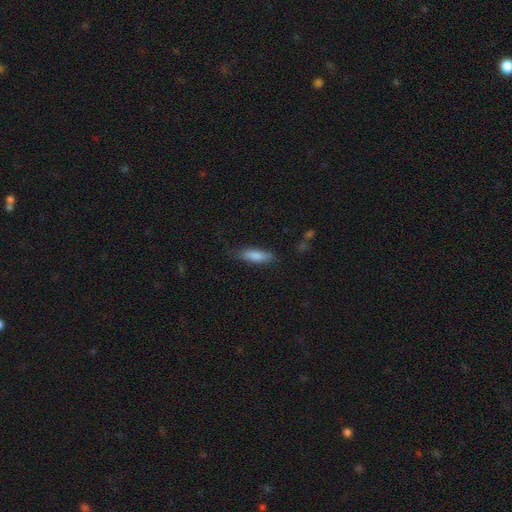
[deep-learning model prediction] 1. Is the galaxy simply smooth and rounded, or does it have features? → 85% smooth, 9% featured or disk, 6% star or artifact.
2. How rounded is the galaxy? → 57% in between, 41% cigar-shaped, 2% round.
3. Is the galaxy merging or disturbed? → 76% none, 18% minor disturbance, 5% major disturbance, 2% merger.